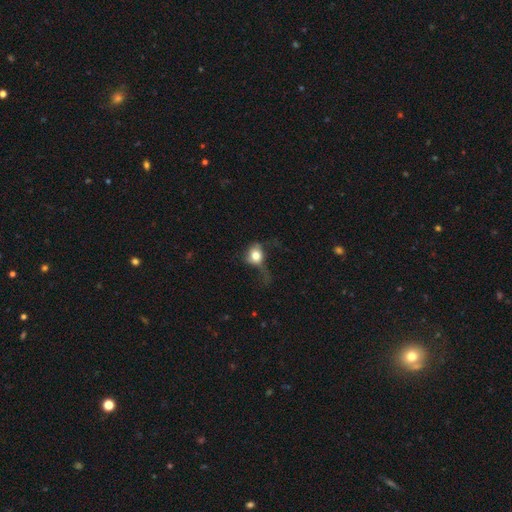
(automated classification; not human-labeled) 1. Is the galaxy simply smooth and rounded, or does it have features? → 72% smooth, 18% featured or disk, 10% star or artifact.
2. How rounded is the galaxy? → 66% round, 32% in between, 2% cigar-shaped.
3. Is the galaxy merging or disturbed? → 47% major disturbance, 26% none, 23% minor disturbance, 4% merger.